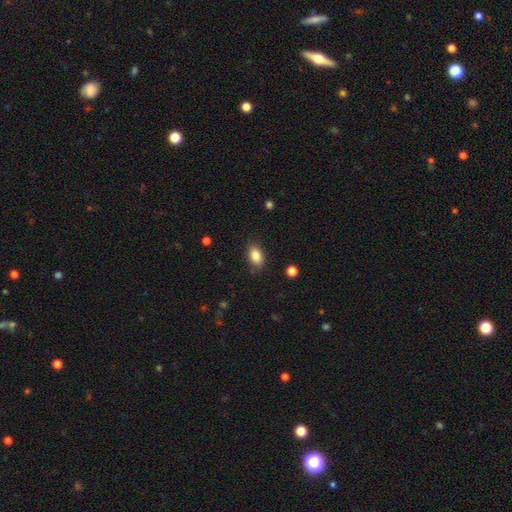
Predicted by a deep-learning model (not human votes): A smooth galaxy with no disk features (85%) that is in between round and cigar-shaped (87%).

Vote fractions:
- Smooth or featured? smooth: 85% / star or artifact: 8% / featured or disk: 7%
- How rounded? in between: 87% / round: 11% / cigar-shaped: 2%
- Merging? none: 83% / minor disturbance: 13% / major disturbance: 3% / merger: 1%